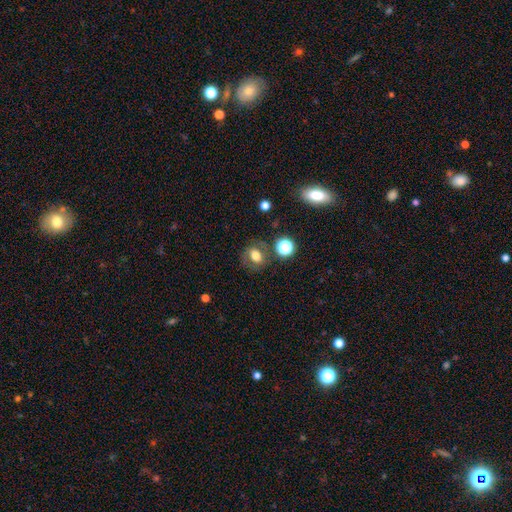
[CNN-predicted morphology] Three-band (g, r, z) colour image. It shows a smooth galaxy with no disk features (61%) that is round (53%). Merging: none (72%).